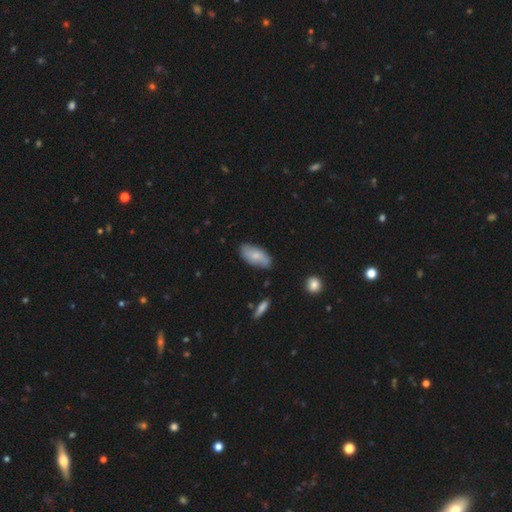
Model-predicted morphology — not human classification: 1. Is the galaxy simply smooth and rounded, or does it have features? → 66% smooth, 27% featured or disk, 6% star or artifact.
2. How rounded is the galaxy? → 91% in between, 7% cigar-shaped, 3% round.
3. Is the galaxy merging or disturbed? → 72% none, 22% minor disturbance, 4% major disturbance, 2% merger.